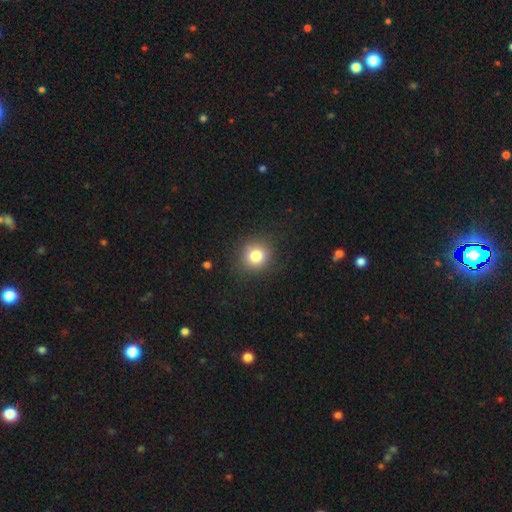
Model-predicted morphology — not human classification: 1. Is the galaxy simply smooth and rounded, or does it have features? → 80% smooth, 12% star or artifact, 8% featured or disk.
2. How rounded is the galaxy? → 86% round, 13% in between, 1% cigar-shaped.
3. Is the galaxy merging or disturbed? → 87% none, 9% minor disturbance, 3% major disturbance, 1% merger.